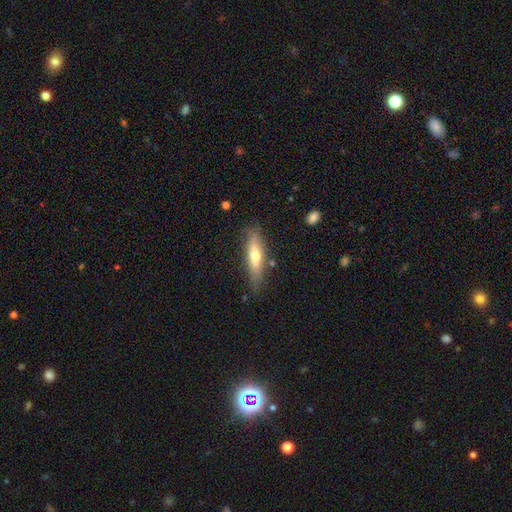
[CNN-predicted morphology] Q: Smooth or featured?
A: smooth (51%); runner-up: featured or disk (43%)
Q: How rounded?
A: cigar-shaped (75%); runner-up: in between (23%)
Q: Merging?
A: none (79%); runner-up: minor disturbance (15%)